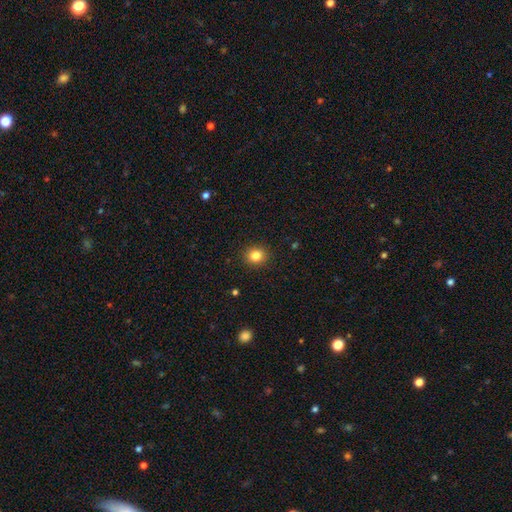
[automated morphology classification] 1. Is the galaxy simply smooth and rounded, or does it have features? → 84% smooth, 11% star or artifact, 5% featured or disk.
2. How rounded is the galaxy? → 79% round, 20% in between, 1% cigar-shaped.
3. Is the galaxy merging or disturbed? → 91% none, 6% minor disturbance, 2% major disturbance, 1% merger.